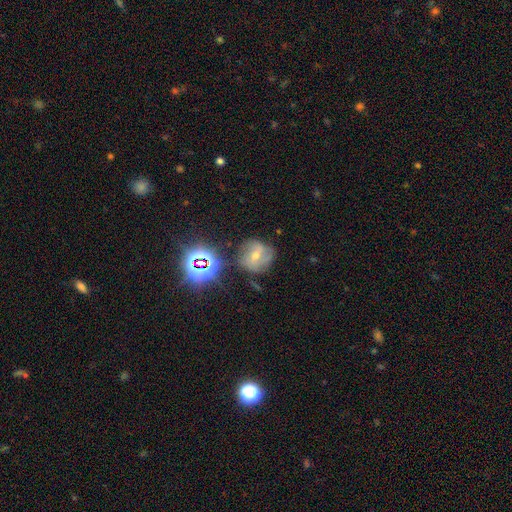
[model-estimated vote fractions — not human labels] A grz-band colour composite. It shows a featured or disk galaxy (58%) with no bar (42%), spiral arms (83%) and a moderate central bulge (50%). Merging: none (66%).